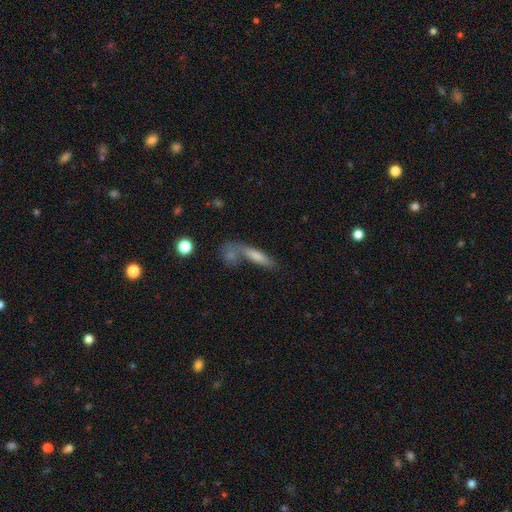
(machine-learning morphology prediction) Smooth or featured? smooth (63%)
How rounded? cigar-shaped (70%)
Merging? none (47%)